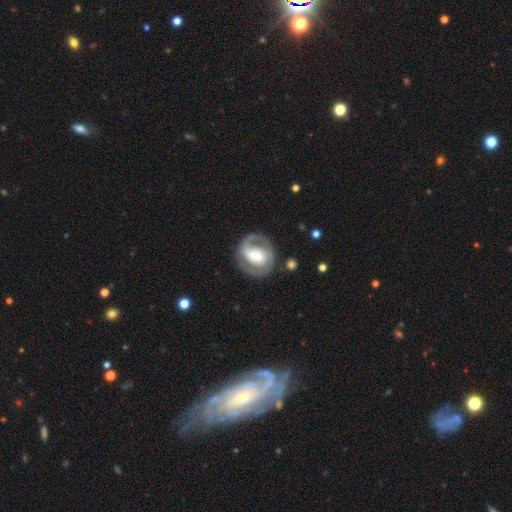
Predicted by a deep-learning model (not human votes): smooth_or_featured: featured or disk (p=0.76) [alt: smooth p=0.19]
disk_edge_on: no (p=0.97) [alt: yes p=0.03]
bar: weak (p=0.40) [alt: strong p=0.33]
has_spiral_arms: yes (p=0.85) [alt: no p=0.15]
spiral_winding: tight (p=0.48) [alt: medium p=0.40]
spiral_arm_count: 2 (p=0.79) [alt: can't tell p=0.09]
bulge_size: moderate (p=0.41) [alt: large p=0.30]
merging: none (p=0.74) [alt: minor disturbance p=0.15]